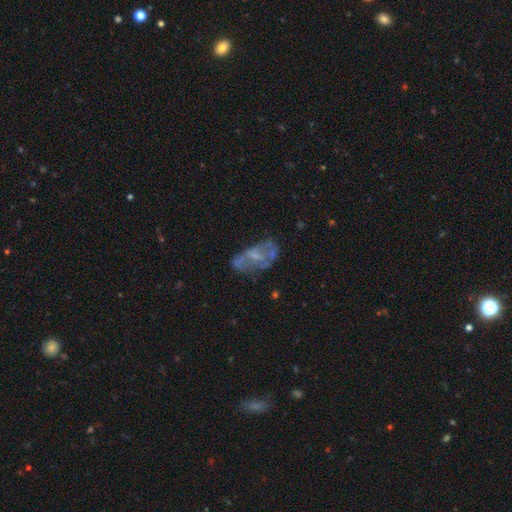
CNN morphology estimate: A featured or disk galaxy (60%) with no bar (65%), no spiral arms (73%) and a small central bulge (41%).

Vote fractions:
- Smooth or featured? featured or disk: 60% / smooth: 29% / star or artifact: 11%
- Edge-on disk? no: 95% / yes: 5%
- Bar? no: 65% / weak: 28% / strong: 7%
- Spiral arms? no: 73% / yes: 27%
- Bulge size? small: 41% / none: 35% / moderate: 21% / large: 2% / dominant: 1%
- Merging? none: 43% / major disturbance: 25% / minor disturbance: 23% / merger: 9%